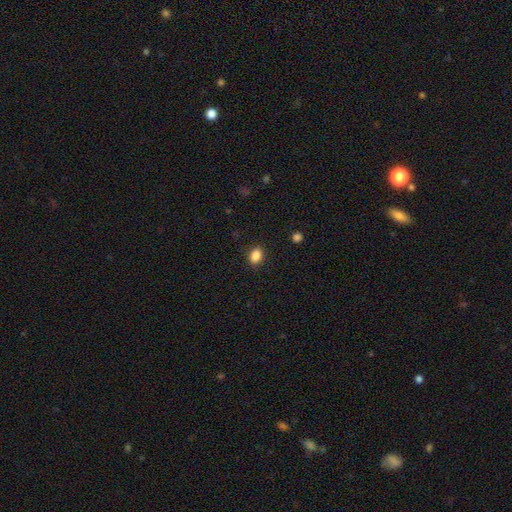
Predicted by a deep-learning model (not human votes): Smooth or featured? smooth (87%)
How rounded? in between (71%)
Merging? none (89%)